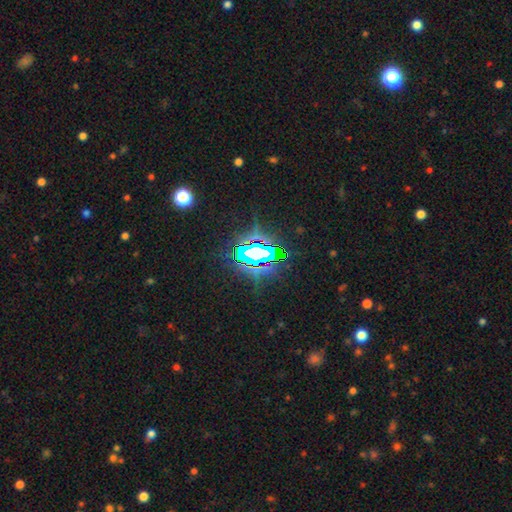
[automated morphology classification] smooth_or_featured: star or artifact (p=0.76) [alt: smooth p=0.13]